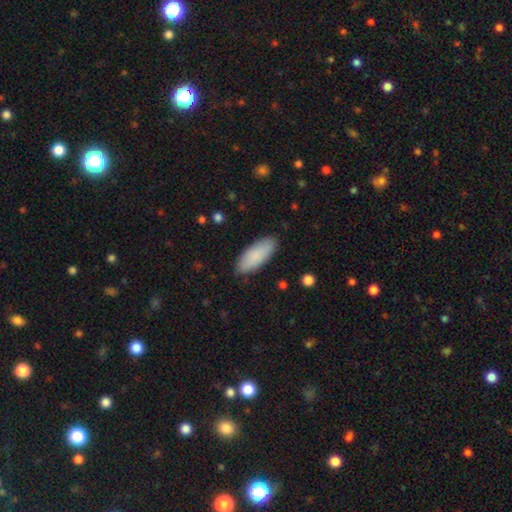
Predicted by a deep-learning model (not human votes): Morphology: type=smooth (88%); roundness=in between (76%); merging=none (88%).